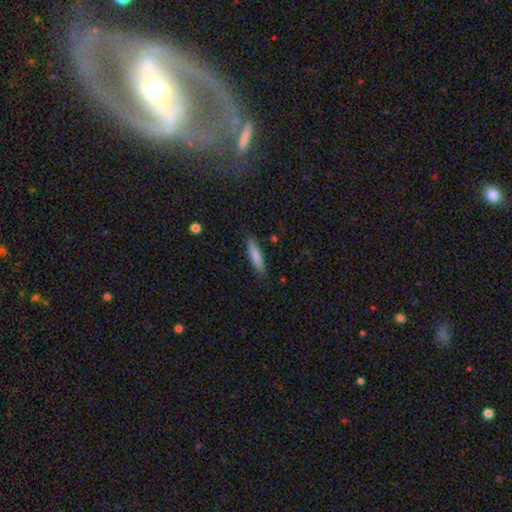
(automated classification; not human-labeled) Q: Smooth or featured?
A: smooth (83%); runner-up: featured or disk (11%)
Q: How rounded?
A: cigar-shaped (83%); runner-up: in between (16%)
Q: Merging?
A: none (87%); runner-up: minor disturbance (9%)